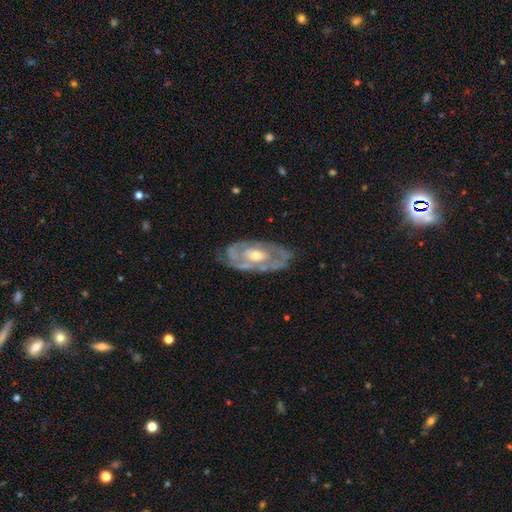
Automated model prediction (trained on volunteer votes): Q: Smooth or featured?
A: featured or disk (81%); runner-up: smooth (14%)
Q: Edge-on disk?
A: no (92%); runner-up: yes (8%)
Q: Bar?
A: no (66%); runner-up: weak (25%)
Q: Spiral arms?
A: yes (69%); runner-up: no (31%)
Q: Spiral winding?
A: tight (62%); runner-up: medium (28%)
Q: Spiral arm count?
A: can't tell (40%); runner-up: 2 (39%)
Q: Bulge size?
A: moderate (67%); runner-up: small (27%)
Q: Merging?
A: none (72%); runner-up: minor disturbance (19%)